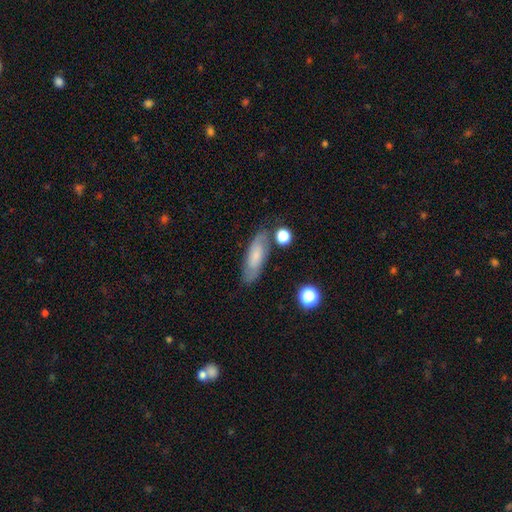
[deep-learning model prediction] A smooth galaxy with no disk features (55%) that is in between round and cigar-shaped (57%). Merging: none (73%).